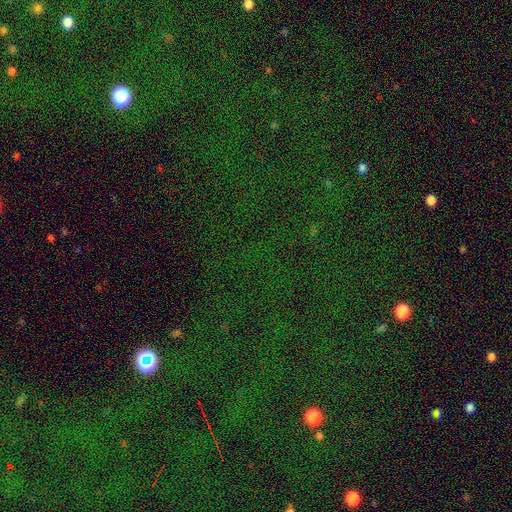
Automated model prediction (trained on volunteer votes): Smooth or featured?
  - star or artifact: 80% *
  - smooth: 12%
  - featured or disk: 8%